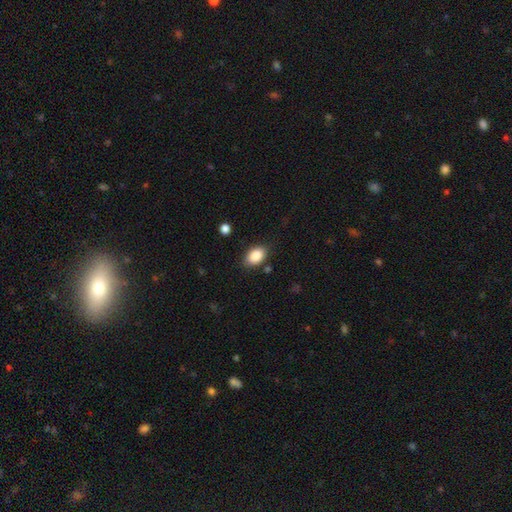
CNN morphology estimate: Overall: smooth (87%). How rounded: in between (87%). Merging: none (82%).